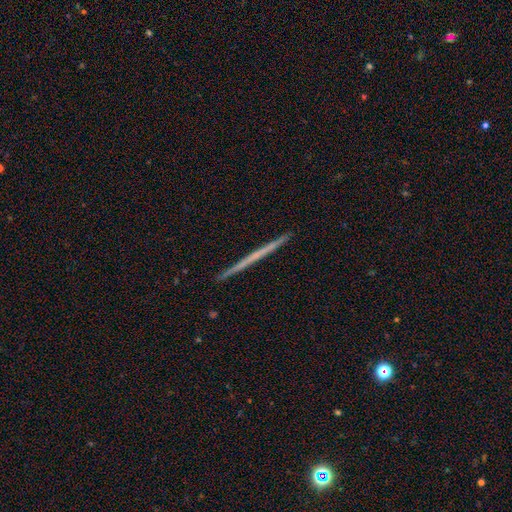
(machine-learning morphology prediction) smooth_or_featured: featured or disk (p=0.58) [alt: smooth p=0.36]
disk_edge_on: yes (p=0.98) [alt: no p=0.02]
edge_on_bulge: none (p=0.92) [alt: rounded p=0.06]
merging: none (p=0.93) [alt: minor disturbance p=0.05]